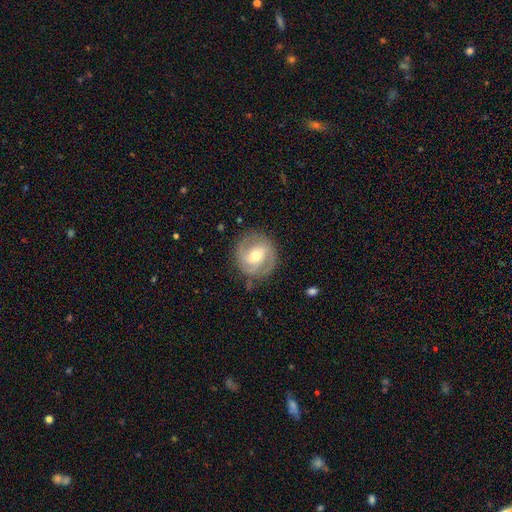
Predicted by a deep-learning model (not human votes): Q: Smooth or featured?
A: featured or disk (76%); runner-up: smooth (19%)
Q: Edge-on disk?
A: no (97%); runner-up: yes (3%)
Q: Bar?
A: weak (43%); runner-up: no (38%)
Q: Spiral arms?
A: yes (89%); runner-up: no (11%)
Q: Spiral winding?
A: tight (43%); tied with: medium (43%)
Q: Spiral arm count?
A: 2 (73%); runner-up: can't tell (11%)
Q: Bulge size?
A: moderate (67%); runner-up: small (26%)
Q: Merging?
A: none (80%); runner-up: minor disturbance (14%)